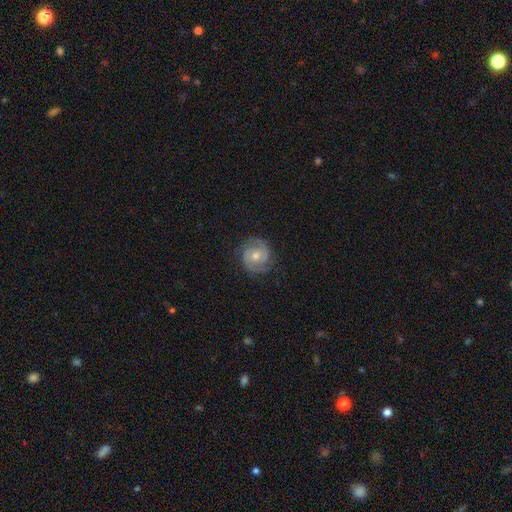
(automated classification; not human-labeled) Smooth or featured? featured or disk (83%)
Edge-on disk? no (98%)
Bar? no (63%)
Spiral arms? yes (96%)
Spiral winding? tight (58%)
Spiral arm count? 2 (83%)
Bulge size? moderate (63%)
Merging? none (83%)